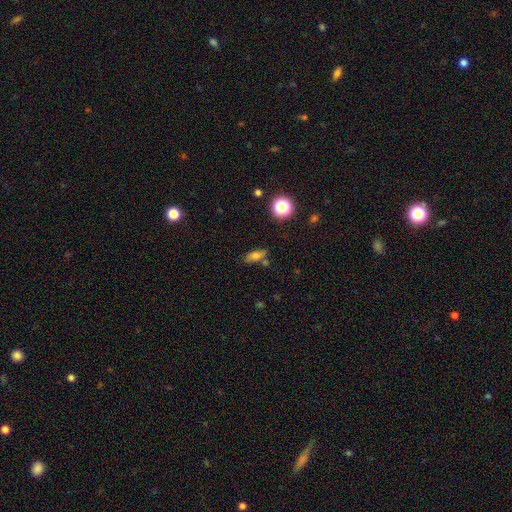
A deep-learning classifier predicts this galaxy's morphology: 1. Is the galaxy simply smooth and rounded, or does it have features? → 69% smooth, 16% featured or disk, 15% star or artifact.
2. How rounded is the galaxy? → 67% in between, 24% cigar-shaped, 9% round.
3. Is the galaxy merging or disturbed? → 69% none, 17% minor disturbance, 9% merger, 5% major disturbance.